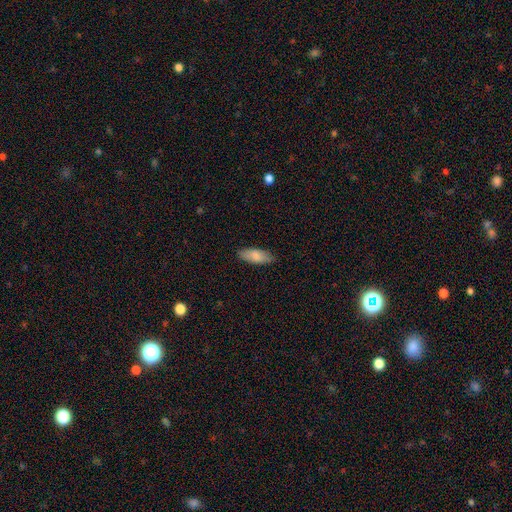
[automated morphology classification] This appears to be a smooth galaxy with no disk features (84%) that is in between round and cigar-shaped (75%). Merging: none (84%).